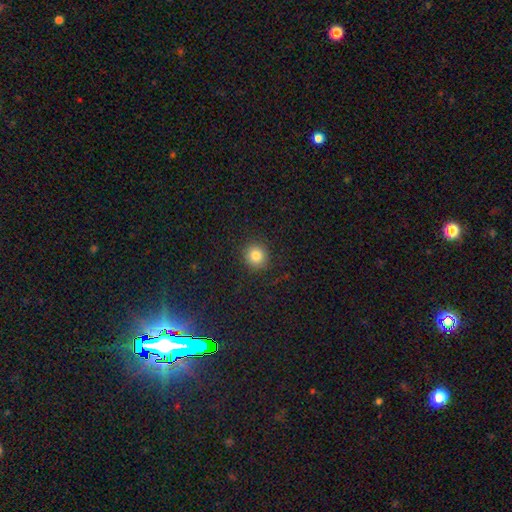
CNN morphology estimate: Overall: smooth (83%). How rounded: round (90%). Merging: none (90%).